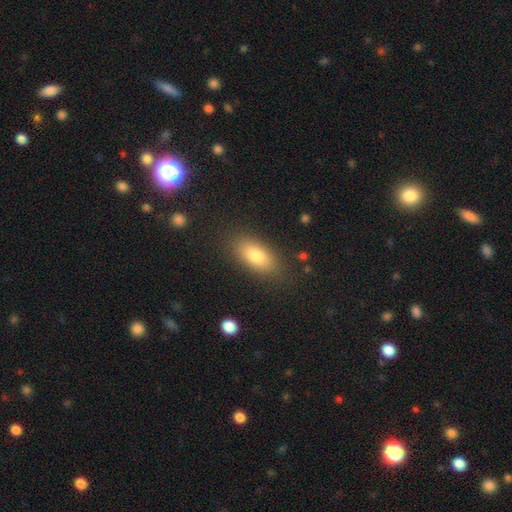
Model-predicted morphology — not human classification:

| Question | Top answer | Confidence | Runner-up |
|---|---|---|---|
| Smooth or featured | smooth | 80% | featured or disk (12%) |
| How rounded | in between | 86% | cigar-shaped (8%) |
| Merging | none | 83% | minor disturbance (11%) |